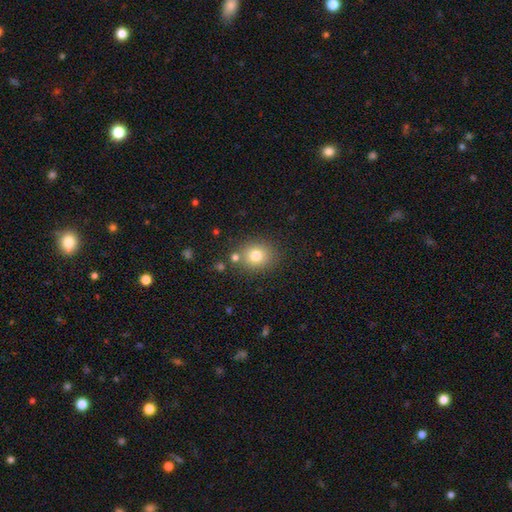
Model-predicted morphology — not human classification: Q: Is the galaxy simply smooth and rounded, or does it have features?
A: smooth — 78%.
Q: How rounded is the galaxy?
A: round — 72%.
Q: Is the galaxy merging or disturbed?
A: none — 79%.